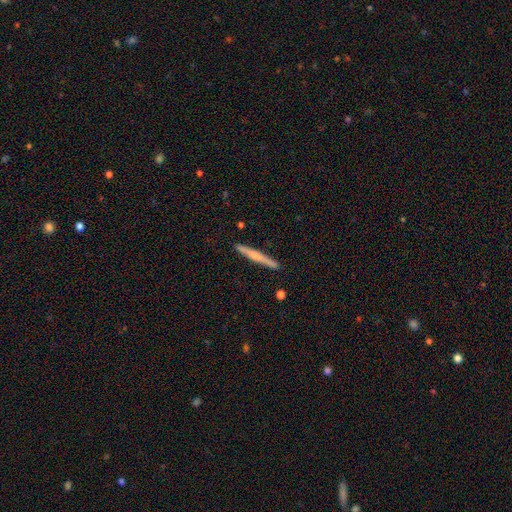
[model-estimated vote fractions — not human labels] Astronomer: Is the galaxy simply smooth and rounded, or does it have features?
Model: featured or disk — 49% (runner-up: smooth, 45%).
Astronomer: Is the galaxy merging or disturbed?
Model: none — 90%.